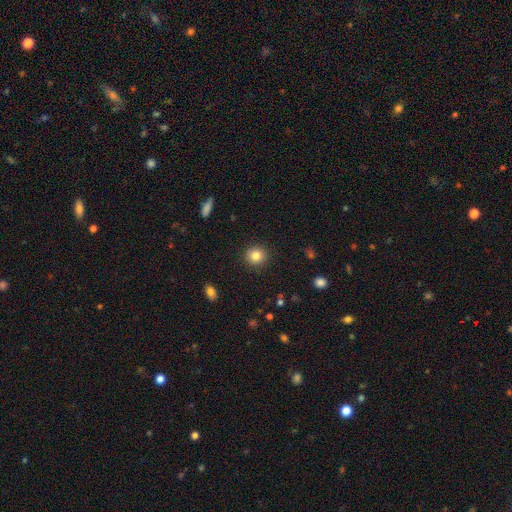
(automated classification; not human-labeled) smooth 83%, star or artifact 10%, featured or disk 7%. Down the decision tree: how rounded — round (91%); merging — none (92%).